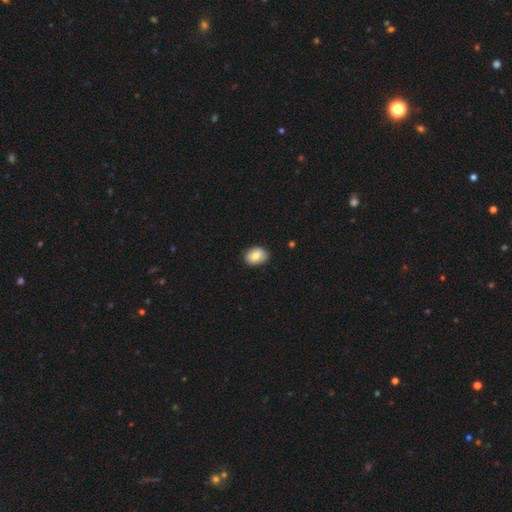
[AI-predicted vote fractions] smooth 81%, featured or disk 12%, star or artifact 8%. Down the decision tree: how rounded — in between (70%); merging — none (85%).